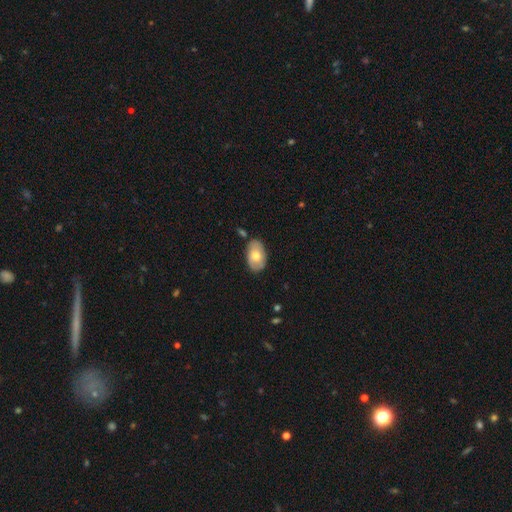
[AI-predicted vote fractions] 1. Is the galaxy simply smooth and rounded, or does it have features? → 64% smooth, 30% featured or disk, 6% star or artifact.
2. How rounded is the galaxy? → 92% in between, 7% round, 1% cigar-shaped.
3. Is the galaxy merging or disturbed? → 76% none, 17% minor disturbance, 4% merger, 3% major disturbance.